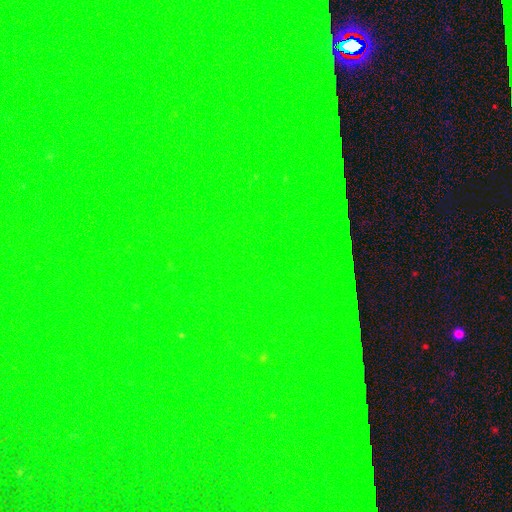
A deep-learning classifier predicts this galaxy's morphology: A star or artifact, not a galaxy (85%).

Vote fractions:
- Smooth or featured? star or artifact: 85% / featured or disk: 8% / smooth: 7%